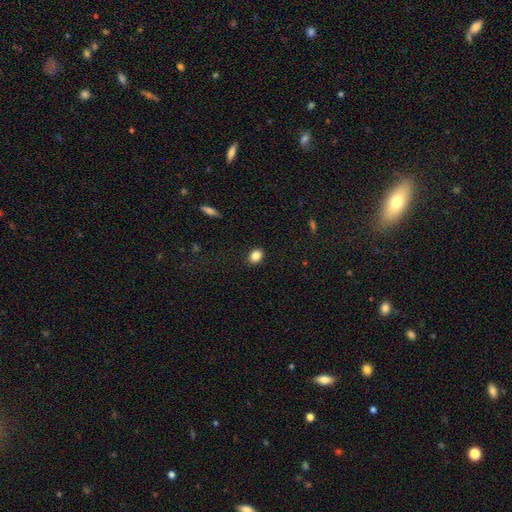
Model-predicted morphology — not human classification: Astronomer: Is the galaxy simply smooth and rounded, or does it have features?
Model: smooth — 86%.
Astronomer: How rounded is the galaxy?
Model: in between — 60% (runner-up: round, 39%).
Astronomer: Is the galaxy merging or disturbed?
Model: none — 90%.